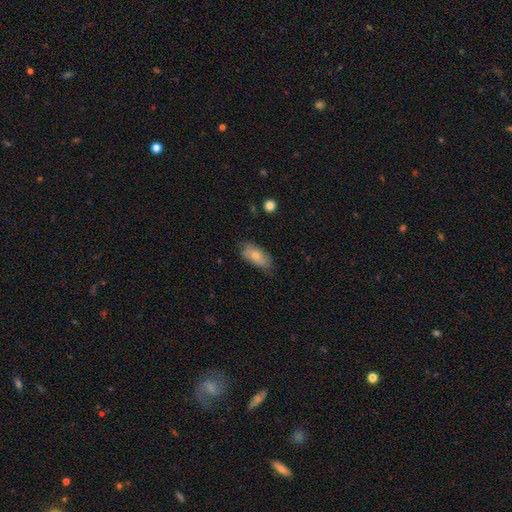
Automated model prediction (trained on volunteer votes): smooth-or-featured: smooth: 73% | featured or disk: 21% | star or artifact: 7%
  how-rounded: in between: 89% | cigar-shaped: 8% | round: 3%
  merging: none: 64% | minor disturbance: 28% | major disturbance: 6% | merger: 2%